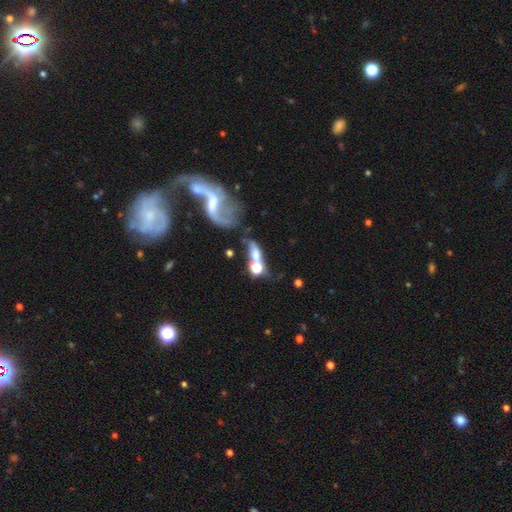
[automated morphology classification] A smooth galaxy with no disk features (52%) that is in between round and cigar-shaped (52%).

Vote fractions:
- Smooth or featured? smooth: 52% / featured or disk: 33% / star or artifact: 14%
- How rounded? in between: 52% / round: 30% / cigar-shaped: 18%
- Merging? merger: 47% / none: 23% / major disturbance: 18% / minor disturbance: 12%